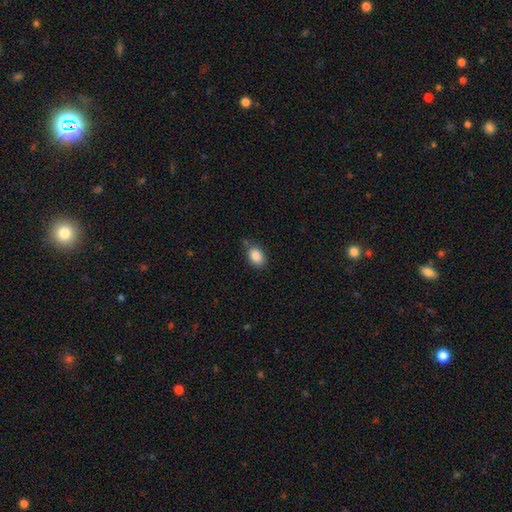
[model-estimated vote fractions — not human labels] The model was most divided on "merging": none: 73%, minor disturbance: 19%, merger: 5%, major disturbance: 4%. More confident: smooth or featured — smooth (88%); how rounded — in between (83%).